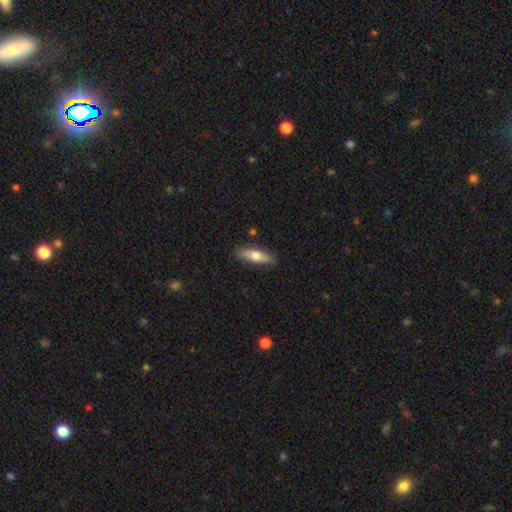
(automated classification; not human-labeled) A smooth galaxy with no disk features (57%) that is cigar-shaped (53%).

Vote fractions:
- Smooth or featured? smooth: 57% / featured or disk: 37% / star or artifact: 6%
- How rounded? cigar-shaped: 53% / in between: 44% / round: 3%
- Merging? none: 85% / minor disturbance: 11% / major disturbance: 2% / merger: 2%